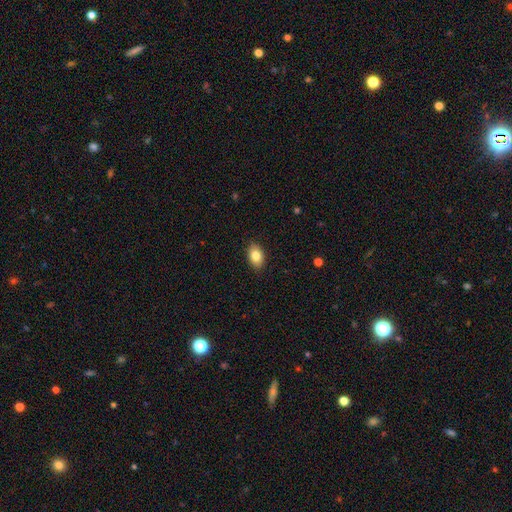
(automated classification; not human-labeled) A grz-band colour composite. It shows a smooth galaxy with no disk features (84%) that is in between round and cigar-shaped (87%). Merging: none (88%).